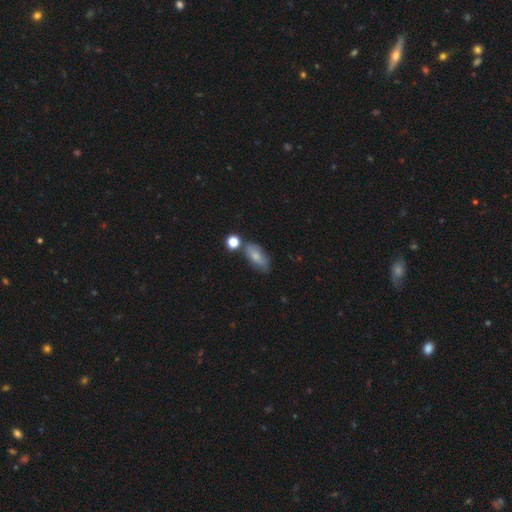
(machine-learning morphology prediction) smooth_or_featured: smooth (p=0.69) [alt: featured or disk p=0.22]
how_rounded: in between (p=0.83) [alt: cigar-shaped p=0.12]
merging: none (p=0.60) [alt: minor disturbance p=0.23]